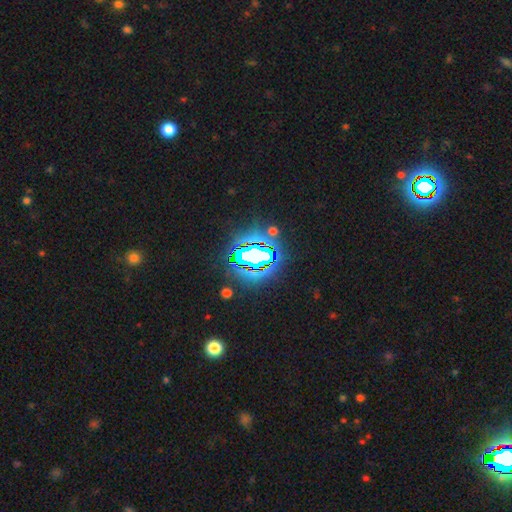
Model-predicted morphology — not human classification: Smooth or featured?
  - star or artifact: 73% *
  - smooth: 14%
  - featured or disk: 13%